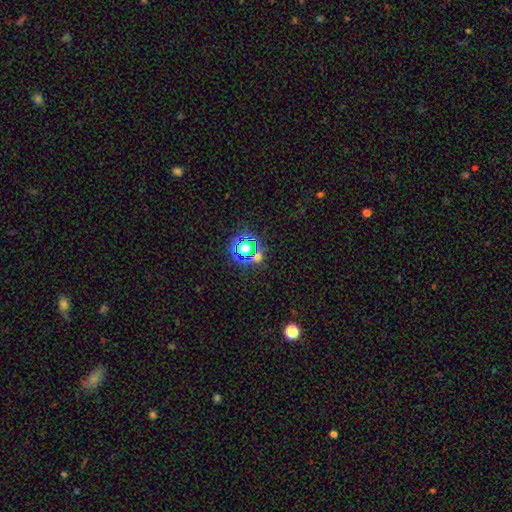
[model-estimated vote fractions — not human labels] The model was most divided on "smooth or featured": star or artifact: 66%, smooth: 25%, featured or disk: 9%.